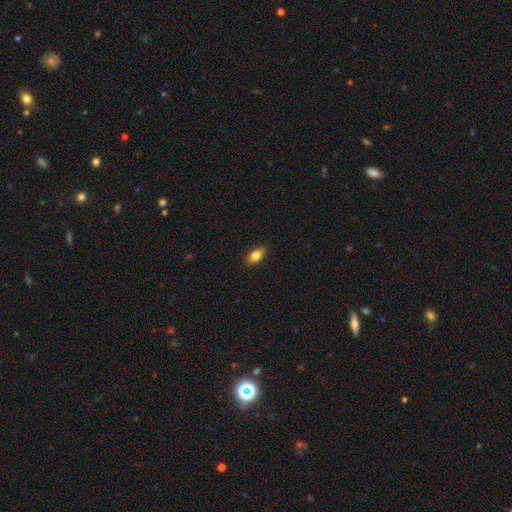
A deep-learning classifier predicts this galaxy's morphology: Overall: smooth (83%). How rounded: in between (88%). Merging: none (88%).